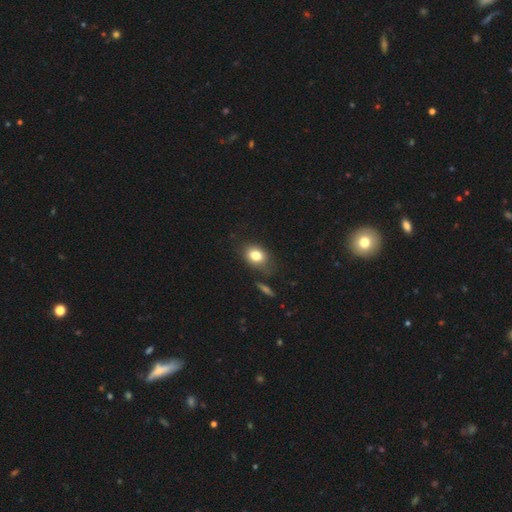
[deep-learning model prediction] Smooth or featured? smooth (79%)
How rounded? in between (64%)
Merging? none (71%)